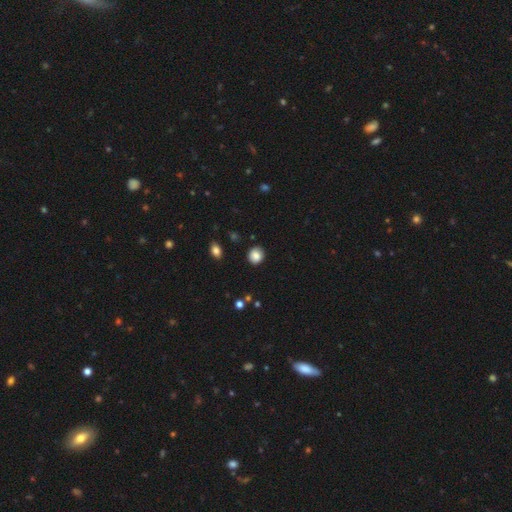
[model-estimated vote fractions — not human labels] smooth-or-featured: smooth: 86% | star or artifact: 9% | featured or disk: 5%
  how-rounded: round: 80% | in between: 19% | cigar-shaped: 1%
  merging: none: 86% | minor disturbance: 10% | major disturbance: 2% | merger: 1%